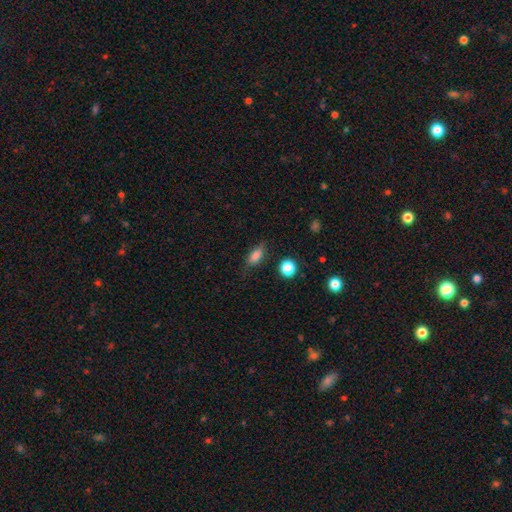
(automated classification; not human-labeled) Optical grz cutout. It shows a smooth galaxy with no disk features (80%) that is in between round and cigar-shaped (78%). Merging: none (76%).